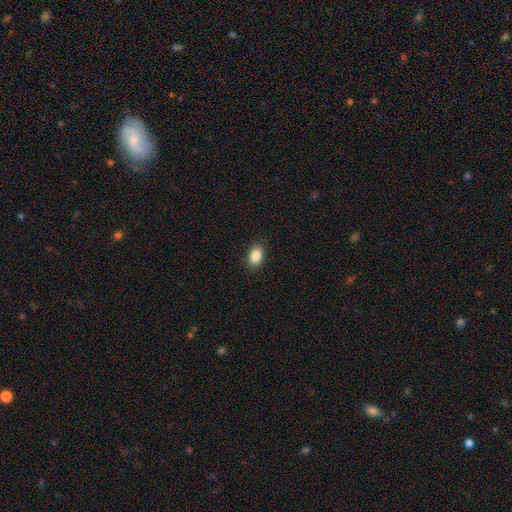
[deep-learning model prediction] smooth_or_featured: smooth (p=0.87) [alt: star or artifact p=0.08]
how_rounded: in between (p=0.87) [alt: round p=0.12]
merging: none (p=0.89) [alt: minor disturbance p=0.08]